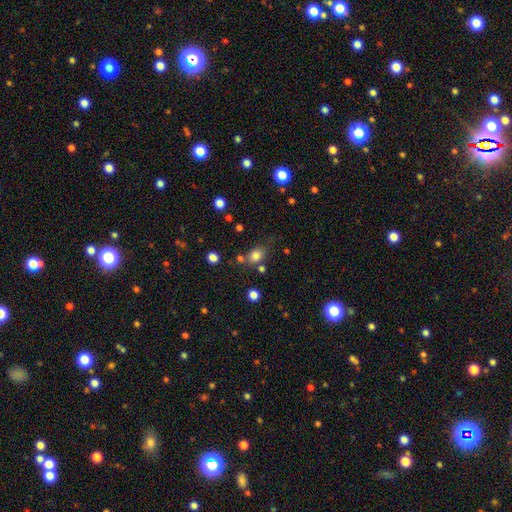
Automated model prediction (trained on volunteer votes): Q: Smooth or featured?
A: smooth (80%); runner-up: star or artifact (13%)
Q: How rounded?
A: in between (50%); runner-up: round (48%)
Q: Merging?
A: none (66%); runner-up: minor disturbance (15%)